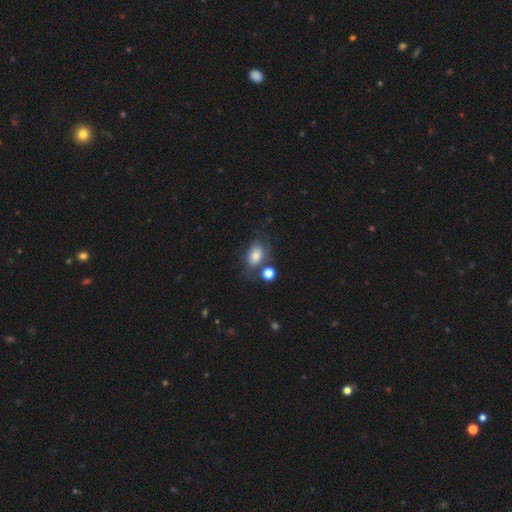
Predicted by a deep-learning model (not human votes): This appears to be a smooth galaxy with no disk features (78%) that is in between round and cigar-shaped (80%). Merging: none (52%).